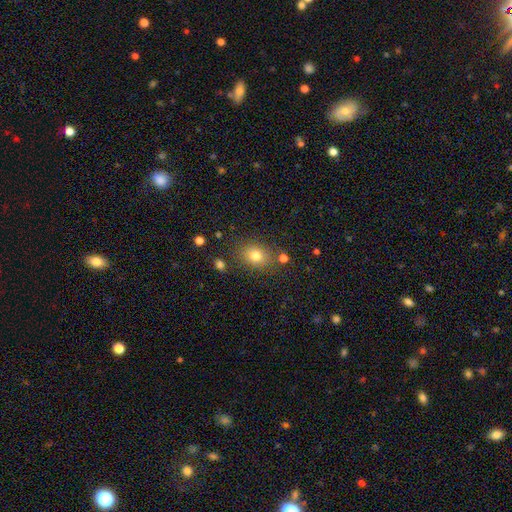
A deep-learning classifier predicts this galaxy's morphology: Smooth or featured: smooth — 78% (star or artifact — 13%)
How rounded: in between — 53% (round — 46%)
Merging: none — 79% (minor disturbance — 12%)